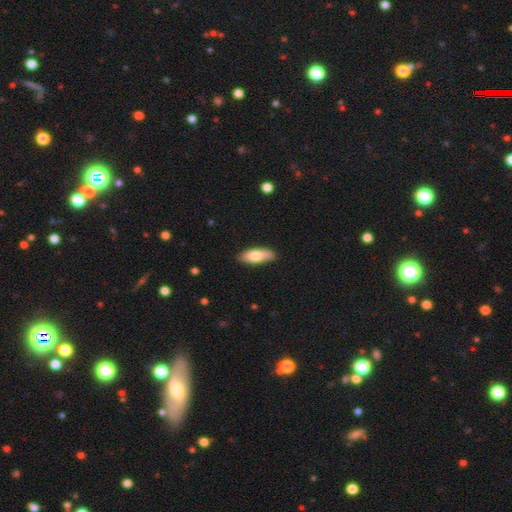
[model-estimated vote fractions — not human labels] smooth 74%, featured or disk 20%, star or artifact 6%. Down the decision tree: how rounded — in between (73%); merging — none (84%).